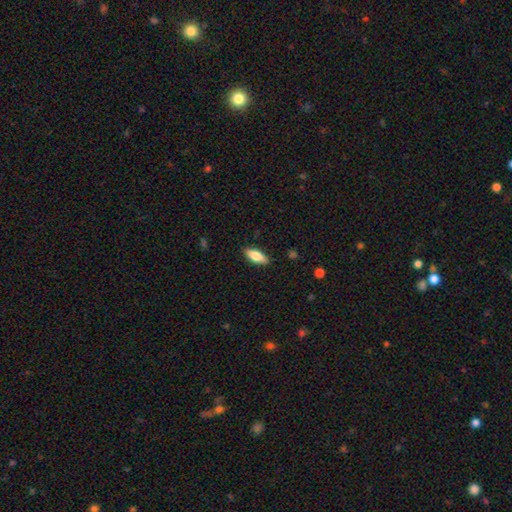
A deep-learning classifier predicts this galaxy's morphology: A smooth galaxy with no disk features (75%) that is in between round and cigar-shaped (74%).

Vote fractions:
- Smooth or featured? smooth: 75% / featured or disk: 19% / star or artifact: 6%
- How rounded? in between: 74% / cigar-shaped: 24% / round: 2%
- Merging? none: 86% / minor disturbance: 11% / major disturbance: 2% / merger: 1%